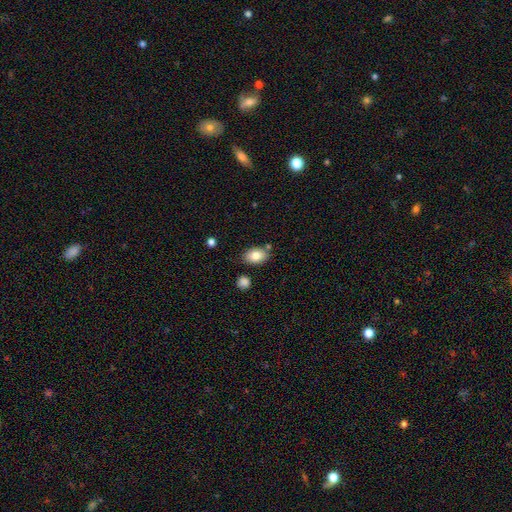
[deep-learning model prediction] Overall: smooth (83%). How rounded: in between (83%). Merging: none (76%).